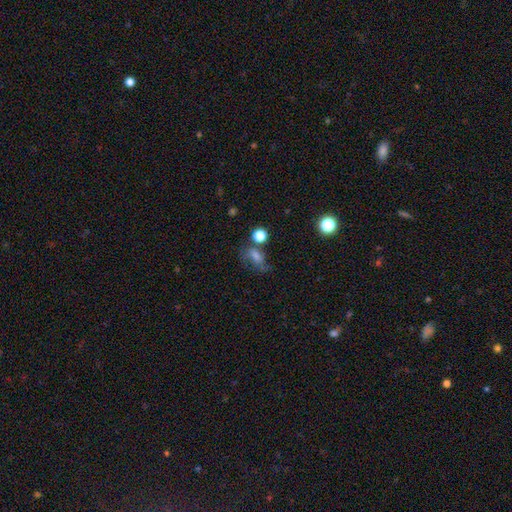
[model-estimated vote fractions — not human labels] smooth-or-featured: smooth: 43% | featured or disk: 32% | star or artifact: 25%
  merging: none: 47% | major disturbance: 22% | minor disturbance: 22% | merger: 10%